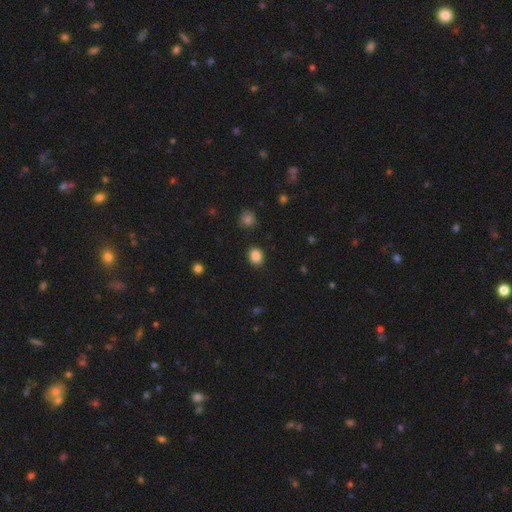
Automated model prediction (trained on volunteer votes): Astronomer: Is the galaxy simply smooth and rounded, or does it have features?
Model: smooth — 86%.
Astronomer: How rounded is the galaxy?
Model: round — 69%.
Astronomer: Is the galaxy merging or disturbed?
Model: none — 90%.